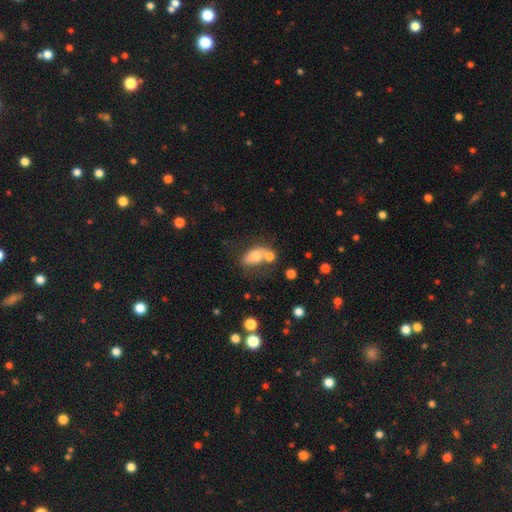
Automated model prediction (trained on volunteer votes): The model was most divided on "merging": none: 42%, merger: 35%, minor disturbance: 15%, major disturbance: 8%. More confident: how rounded — in between (78%); smooth or featured — smooth (65%).